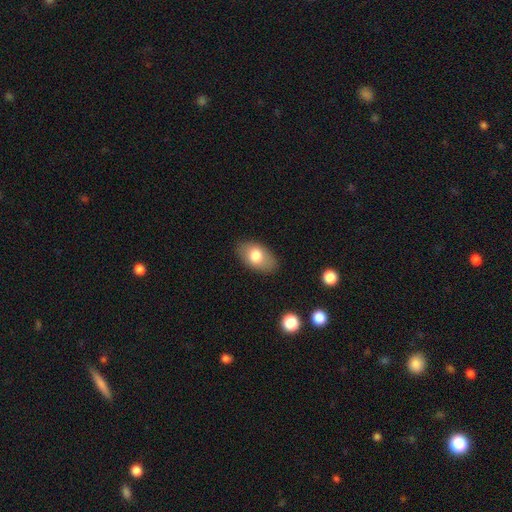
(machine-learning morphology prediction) Q: Smooth or featured?
A: smooth (75%); runner-up: featured or disk (17%)
Q: How rounded?
A: in between (91%); runner-up: round (8%)
Q: Merging?
A: none (85%); runner-up: minor disturbance (11%)